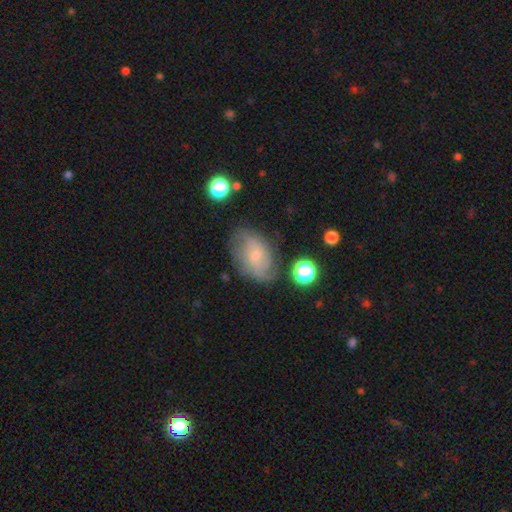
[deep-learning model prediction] Smooth or featured? featured or disk (56%)
Edge-on disk? no (96%)
Bar? no (58%)
Spiral arms? yes (82%)
Bulge size? small (65%)
Merging? none (63%)